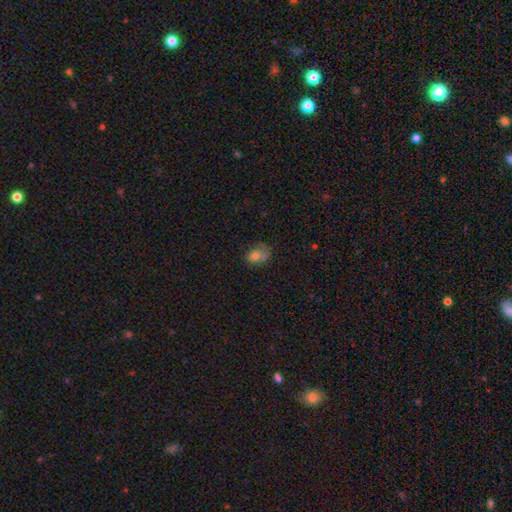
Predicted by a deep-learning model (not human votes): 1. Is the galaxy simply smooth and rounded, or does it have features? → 72% smooth, 15% featured or disk, 13% star or artifact.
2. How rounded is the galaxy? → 78% in between, 20% round, 2% cigar-shaped.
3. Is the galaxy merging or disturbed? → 46% none, 31% minor disturbance, 20% major disturbance, 3% merger.